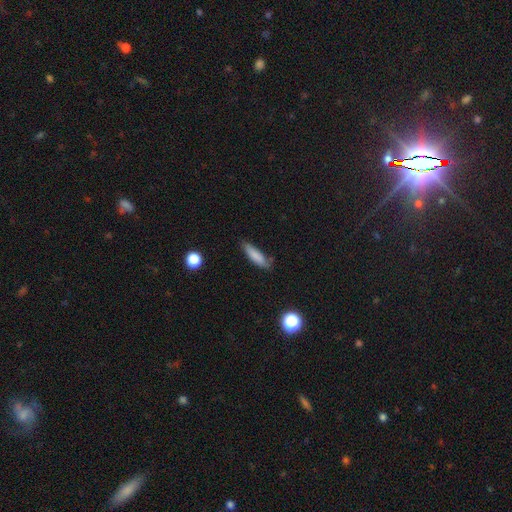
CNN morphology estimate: A smooth galaxy with no disk features (81%) that is cigar-shaped (66%). Merging: none (72%).